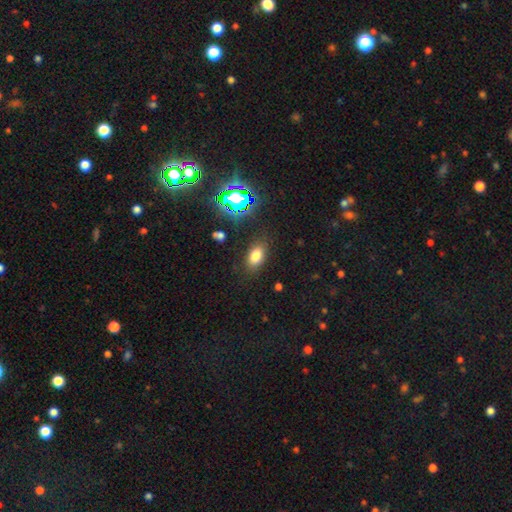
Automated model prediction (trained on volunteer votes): Overall: smooth (75%). How rounded: in between (87%). Merging: none (84%).